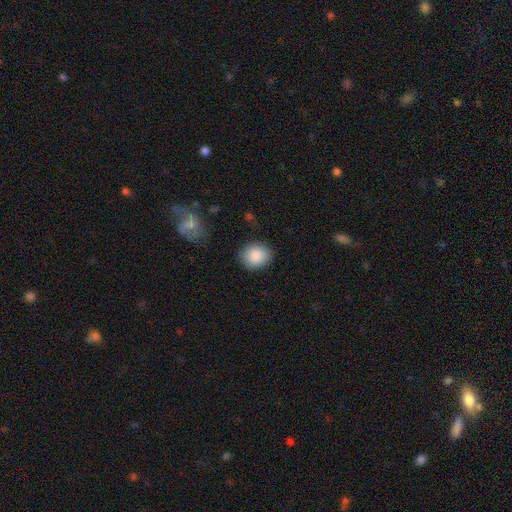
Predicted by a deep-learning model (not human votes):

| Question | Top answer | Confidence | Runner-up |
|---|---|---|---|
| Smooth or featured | smooth | 89% | star or artifact (7%) |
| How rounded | round | 76% | in between (23%) |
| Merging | none | 87% | minor disturbance (9%) |